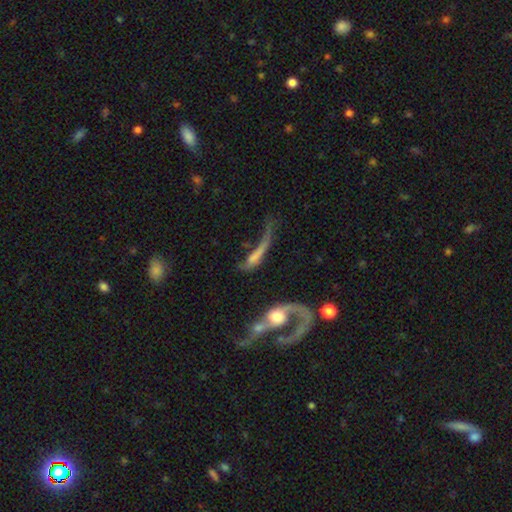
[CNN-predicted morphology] This appears to be a smooth galaxy with no disk features (46%). Merging: major disturbance (36%).